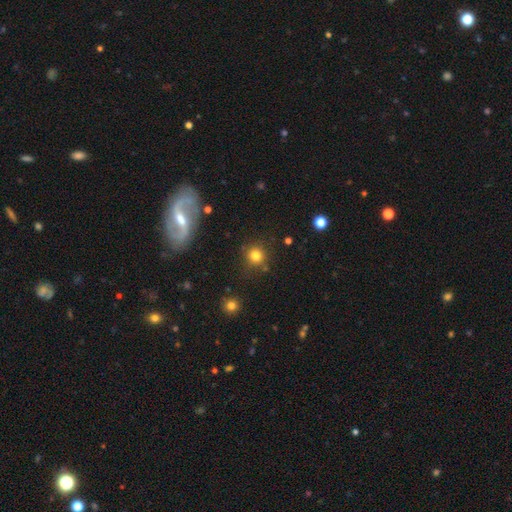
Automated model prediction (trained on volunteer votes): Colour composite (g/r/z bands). It shows a smooth galaxy with no disk features (80%) that is round (92%). Merging: none (84%).